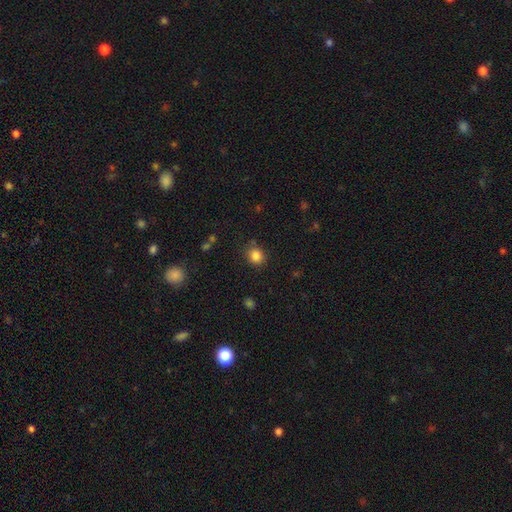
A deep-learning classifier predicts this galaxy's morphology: Smooth or featured? Predicted: smooth (p=0.84). How rounded? Predicted: round (p=0.76). Merging? Predicted: none (p=0.83).